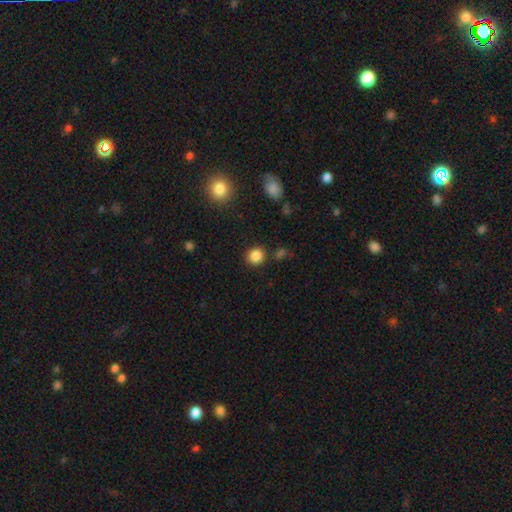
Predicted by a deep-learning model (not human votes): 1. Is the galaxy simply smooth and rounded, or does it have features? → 85% smooth, 11% star or artifact, 4% featured or disk.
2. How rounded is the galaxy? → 88% round, 12% in between, 1% cigar-shaped.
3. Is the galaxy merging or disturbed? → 87% none, 7% minor disturbance, 3% merger, 3% major disturbance.